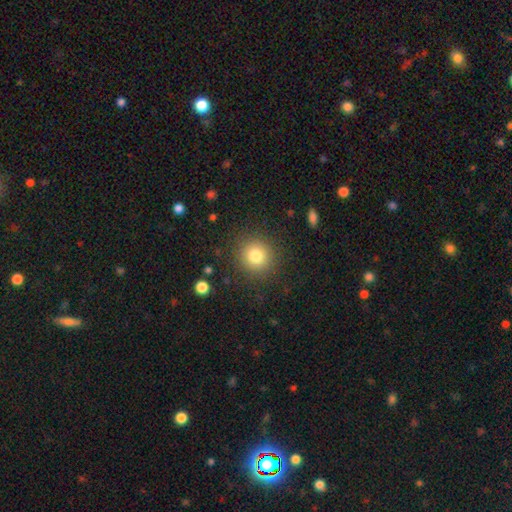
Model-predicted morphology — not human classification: smooth-or-featured: smooth: 80% | star or artifact: 12% | featured or disk: 8%
  how-rounded: round: 92% | in between: 7% | cigar-shaped: 1%
  merging: none: 88% | minor disturbance: 7% | major disturbance: 3% | merger: 1%